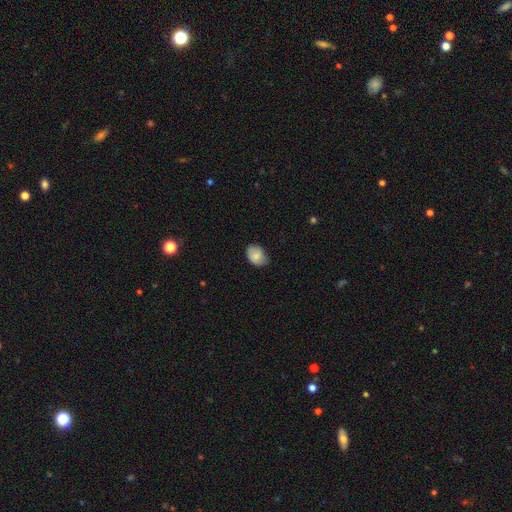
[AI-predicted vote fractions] Morphology: type=smooth (81%); roundness=in between (75%); merging=none (64%).